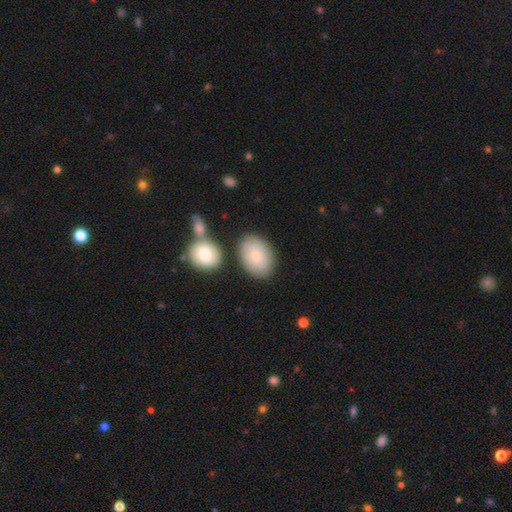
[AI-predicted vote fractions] Q: Smooth or featured?
A: smooth (81%); runner-up: featured or disk (13%)
Q: How rounded?
A: in between (81%); runner-up: round (18%)
Q: Merging?
A: none (75%); runner-up: minor disturbance (13%)